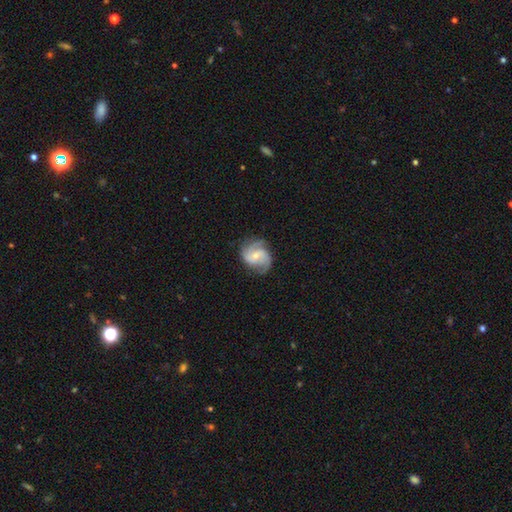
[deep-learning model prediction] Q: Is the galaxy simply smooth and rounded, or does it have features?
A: featured or disk — 82%.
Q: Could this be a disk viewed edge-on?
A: no — 98%.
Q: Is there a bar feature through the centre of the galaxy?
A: no — 51%.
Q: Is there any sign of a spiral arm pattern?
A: yes — 96%.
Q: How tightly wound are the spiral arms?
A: medium — 50%.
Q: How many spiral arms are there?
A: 2 — 50%.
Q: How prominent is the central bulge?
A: small — 54%.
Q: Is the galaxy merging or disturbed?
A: none — 71%.